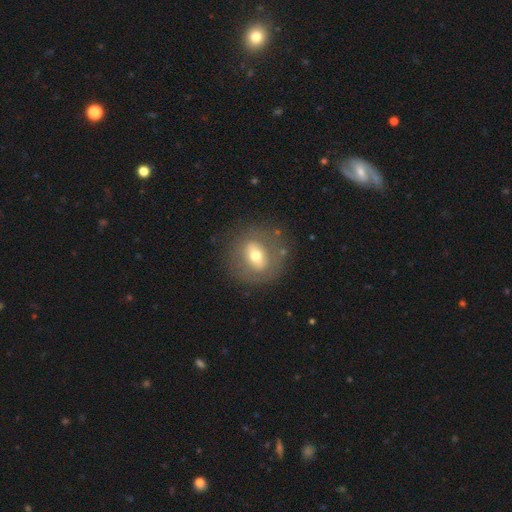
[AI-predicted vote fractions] Smooth or featured? Predicted: smooth (p=0.49). Merging? Predicted: none (p=0.77).